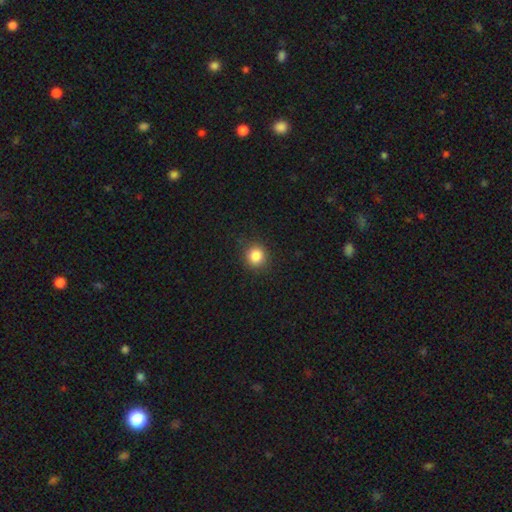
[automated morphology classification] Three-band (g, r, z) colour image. It shows a smooth galaxy with no disk features (84%) that is round (90%). Merging: none (90%).